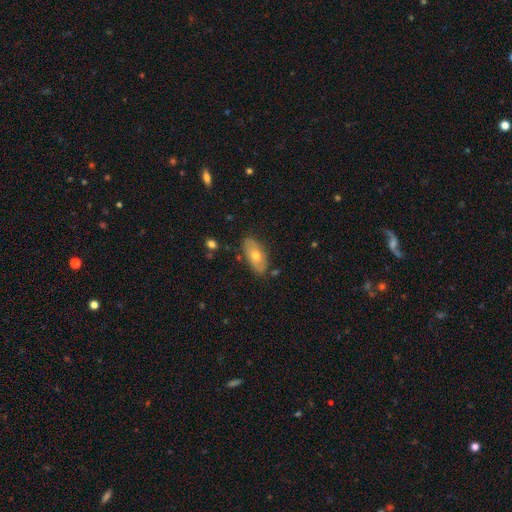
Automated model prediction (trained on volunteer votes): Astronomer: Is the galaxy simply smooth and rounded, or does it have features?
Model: smooth — 59%.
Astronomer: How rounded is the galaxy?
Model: in between — 88%.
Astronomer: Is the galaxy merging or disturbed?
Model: none — 83%.